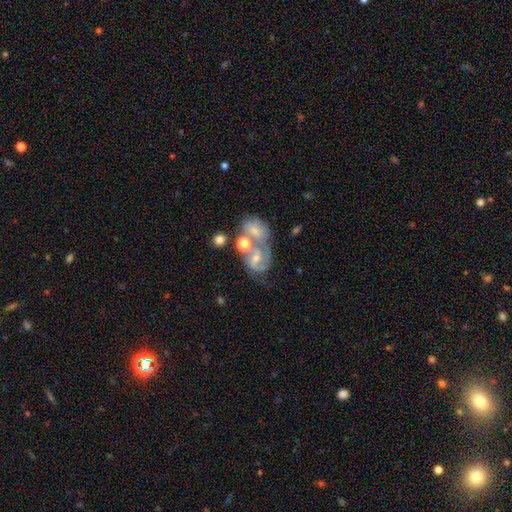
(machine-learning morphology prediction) smooth_or_featured: featured or disk (p=0.71) [alt: smooth p=0.18]
disk_edge_on: no (p=0.97) [alt: yes p=0.03]
bar: no (p=0.54) [alt: weak p=0.35]
has_spiral_arms: yes (p=0.85) [alt: no p=0.15]
spiral_winding: medium (p=0.45) [alt: tight p=0.39]
spiral_arm_count: 2 (p=0.57) [alt: can't tell p=0.20]
bulge_size: small (p=0.50) [alt: moderate p=0.41]
merging: merger (p=0.45) [alt: none p=0.28]